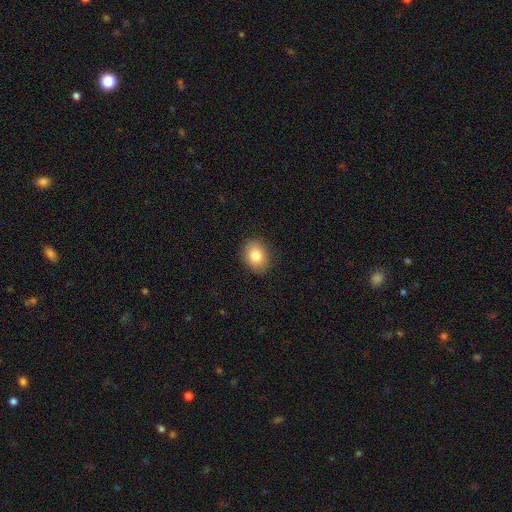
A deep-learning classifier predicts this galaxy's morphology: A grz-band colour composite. It shows a smooth galaxy with no disk features (82%) that is in between round and cigar-shaped (57%). Merging: none (88%).